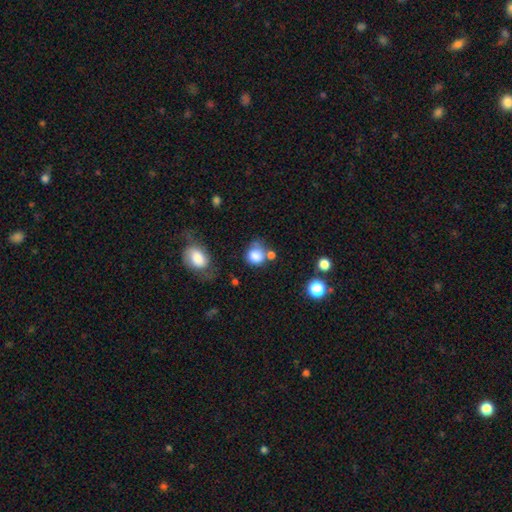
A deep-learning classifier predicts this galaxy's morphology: Smooth or featured? smooth (82%)
How rounded? round (77%)
Merging? none (50%)